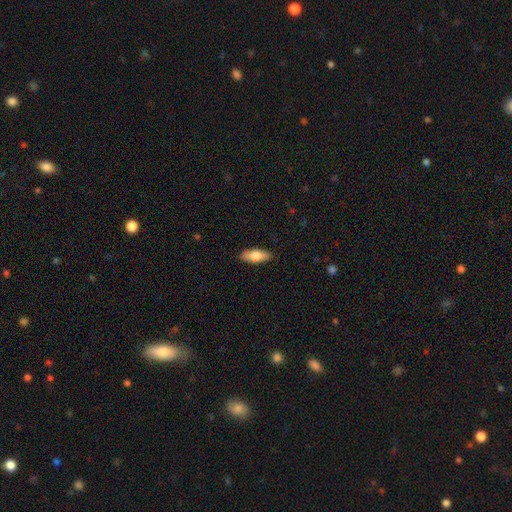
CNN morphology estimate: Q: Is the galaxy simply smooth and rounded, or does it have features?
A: smooth — 72%.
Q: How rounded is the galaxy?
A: in between — 69%.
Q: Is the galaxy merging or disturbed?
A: none — 88%.